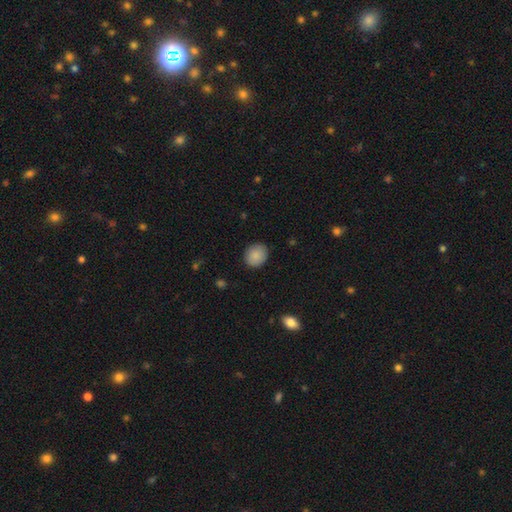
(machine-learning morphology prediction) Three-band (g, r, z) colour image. It shows a smooth galaxy with no disk features (87%) that is round (67%). Merging: none (87%).